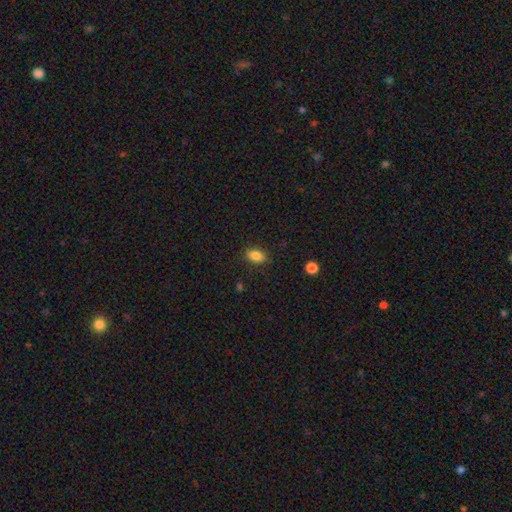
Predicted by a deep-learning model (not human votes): Morphology: type=smooth (85%); roundness=in between (87%); merging=none (86%).